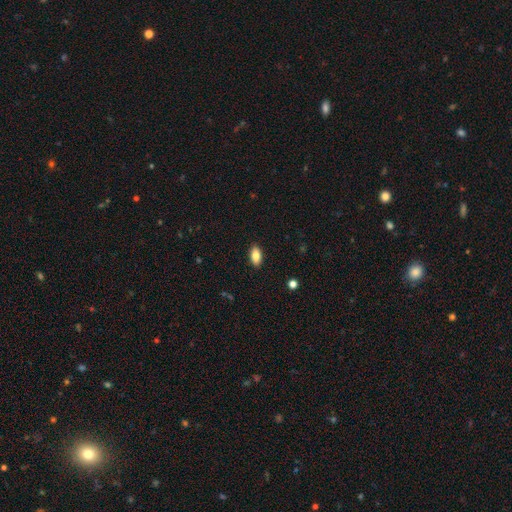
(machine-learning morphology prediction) smooth-or-featured: smooth: 83% | featured or disk: 10% | star or artifact: 8%
  how-rounded: in between: 91% | cigar-shaped: 5% | round: 4%
  merging: none: 89% | minor disturbance: 8% | major disturbance: 2% | merger: 1%